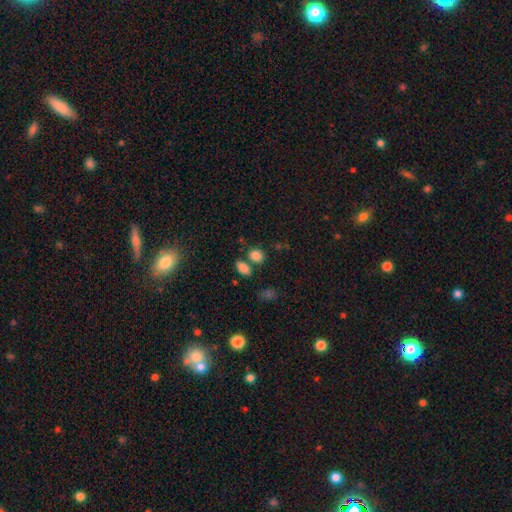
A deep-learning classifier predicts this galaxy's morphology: smooth-or-featured: smooth: 83% | star or artifact: 11% | featured or disk: 5%
  how-rounded: in between: 53% | round: 45% | cigar-shaped: 2%
  merging: none: 62% | merger: 22% | minor disturbance: 12% | major disturbance: 4%